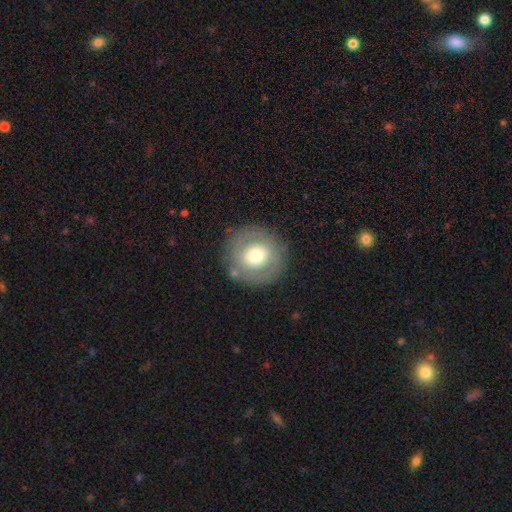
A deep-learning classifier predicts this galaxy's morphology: A smooth galaxy with no disk features (60%) that is round (93%). Merging: none (83%).